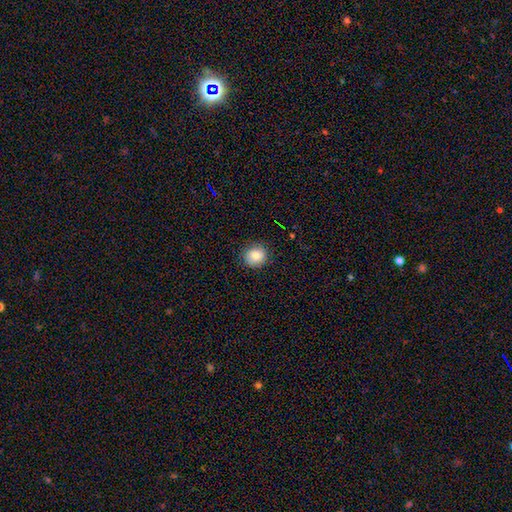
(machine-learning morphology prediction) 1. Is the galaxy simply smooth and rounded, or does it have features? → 83% smooth, 9% star or artifact, 7% featured or disk.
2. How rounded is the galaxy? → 84% round, 15% in between, 1% cigar-shaped.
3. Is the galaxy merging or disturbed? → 85% none, 12% minor disturbance, 3% major disturbance, 1% merger.